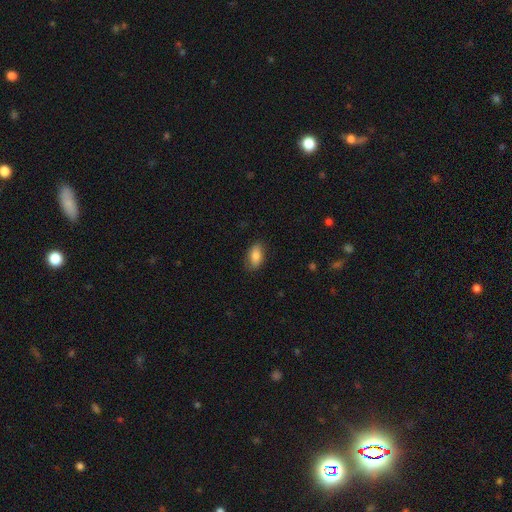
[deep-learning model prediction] Smooth or featured?
  - smooth: 82% *
  - featured or disk: 11%
  - star or artifact: 7%
How rounded?
  - in between: 91% *
  - round: 6%
  - cigar-shaped: 3%
Merging?
  - none: 79% *
  - minor disturbance: 17%
  - major disturbance: 4%
  - merger: 1%